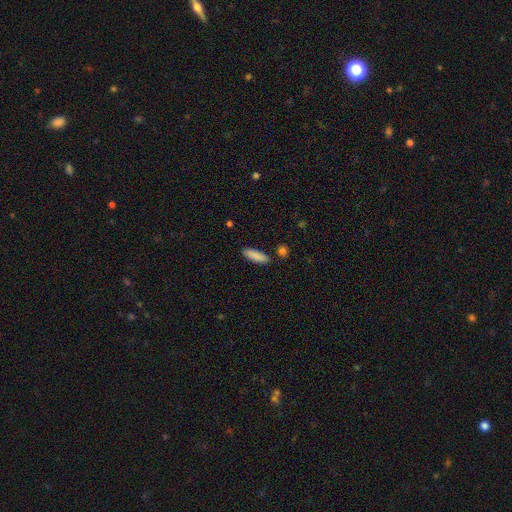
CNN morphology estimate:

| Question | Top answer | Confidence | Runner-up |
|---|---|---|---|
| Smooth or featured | smooth | 87% | star or artifact (6%) |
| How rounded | cigar-shaped | 51% | in between (48%) |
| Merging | none | 85% | minor disturbance (10%) |